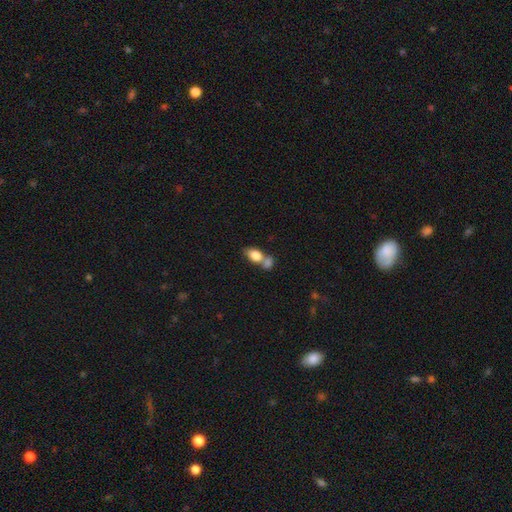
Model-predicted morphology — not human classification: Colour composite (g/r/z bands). It shows a smooth galaxy with no disk features (80%) that is in between round and cigar-shaped (84%). Merging: merger (56%).